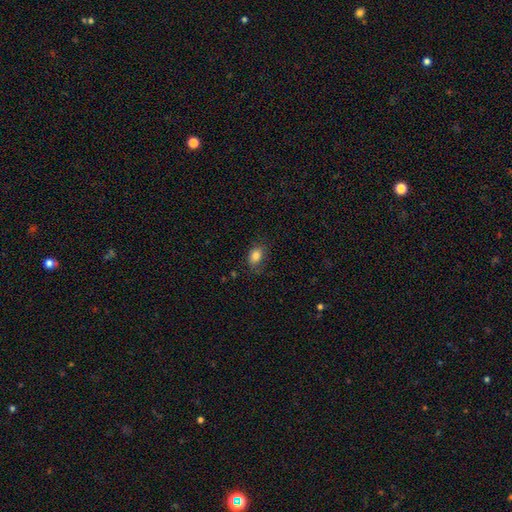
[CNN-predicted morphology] A smooth galaxy with no disk features (83%) that is in between round and cigar-shaped (75%). Merging: none (74%).